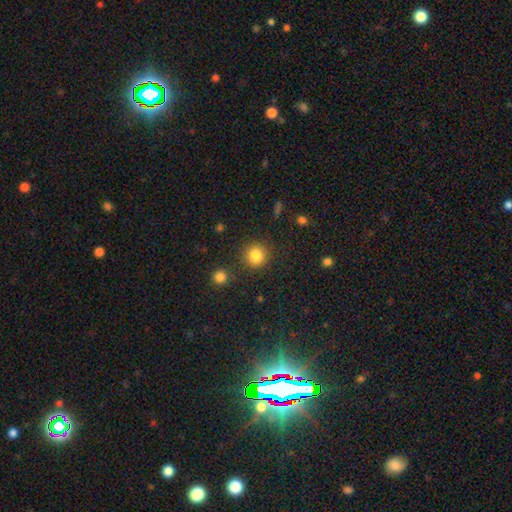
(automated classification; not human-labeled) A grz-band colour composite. It shows a smooth galaxy with no disk features (84%) that is round (90%). Merging: none (87%).